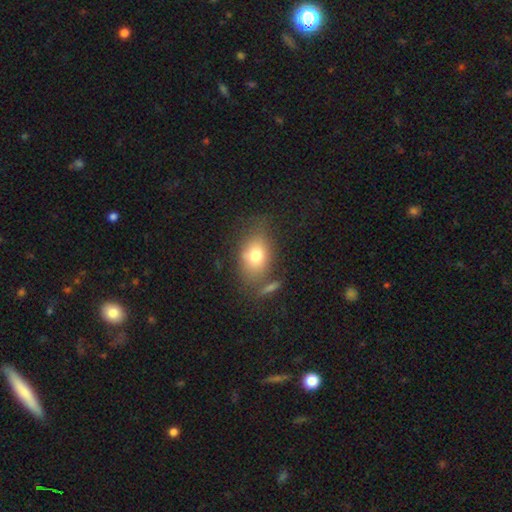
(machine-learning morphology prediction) The model was most divided on "merging": none: 62%, minor disturbance: 19%, merger: 10%, major disturbance: 9%. More confident: how rounded — in between (76%); smooth or featured — smooth (75%).